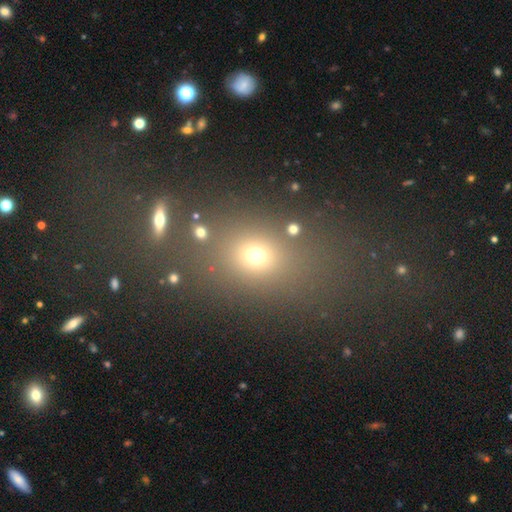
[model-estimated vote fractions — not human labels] smooth 65%, star or artifact 23%, featured or disk 12%. Down the decision tree: how rounded — in between (50%); merging — none (71%).